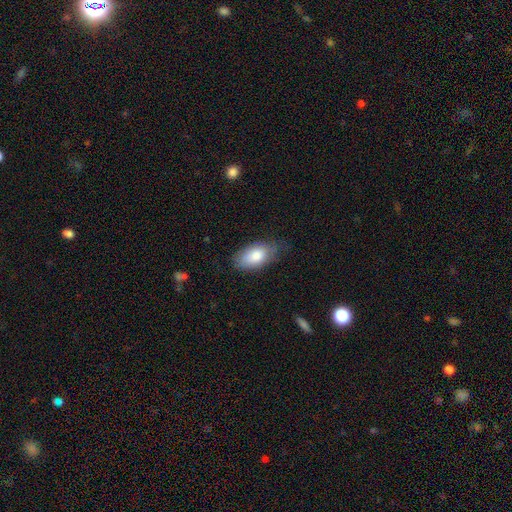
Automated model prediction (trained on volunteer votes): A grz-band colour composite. It shows a smooth galaxy with no disk features (80%) that is in between round and cigar-shaped (93%). Merging: none (69%).